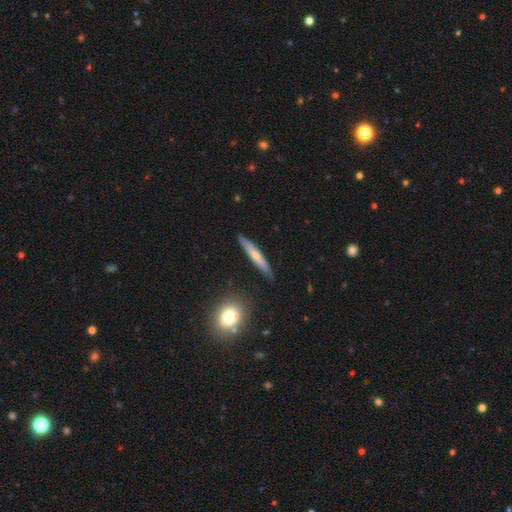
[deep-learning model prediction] A smooth galaxy with no disk features (52%) that is cigar-shaped (92%). Merging: none (86%).